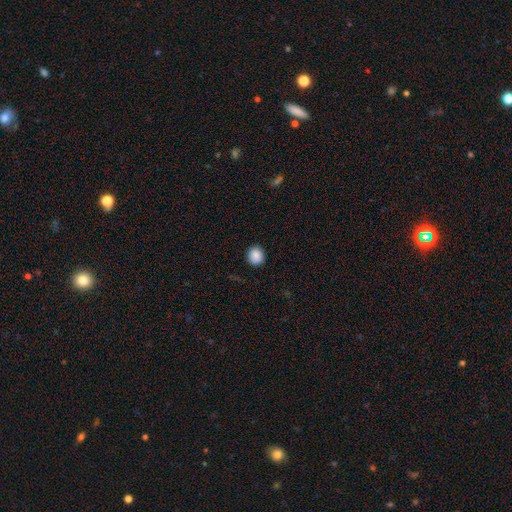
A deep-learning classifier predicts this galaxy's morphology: A smooth galaxy with no disk features (88%) that is round (87%).

Vote fractions:
- Smooth or featured? smooth: 88% / star or artifact: 9% / featured or disk: 3%
- How rounded? round: 87% / in between: 12% / cigar-shaped: 1%
- Merging? none: 91% / minor disturbance: 6% / major disturbance: 2% / merger: 1%